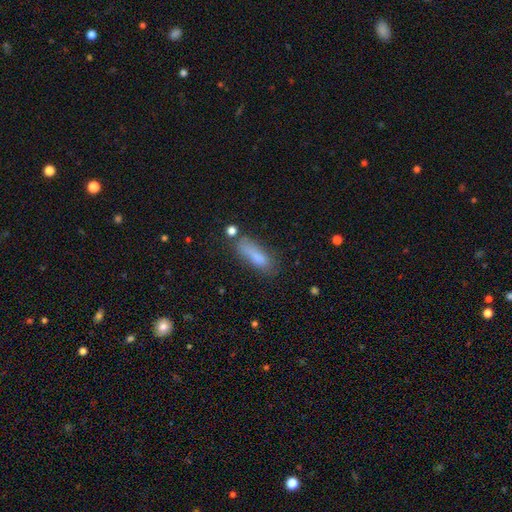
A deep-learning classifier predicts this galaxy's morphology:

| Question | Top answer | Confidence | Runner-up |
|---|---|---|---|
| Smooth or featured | smooth | 79% | featured or disk (11%) |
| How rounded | in between | 53% | cigar-shaped (44%) |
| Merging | none | 55% | minor disturbance (25%) |